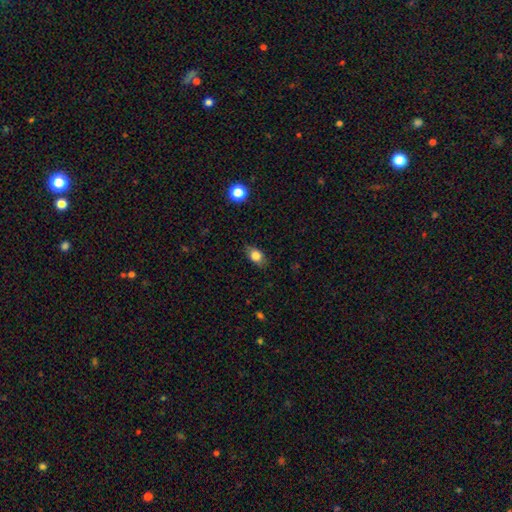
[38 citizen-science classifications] Volunteers were most divided on "how rounded": in between: 62%, round: 35%, cigar-shaped: 3%. More confident: smooth or featured — smooth (89%); merging — none (67%).